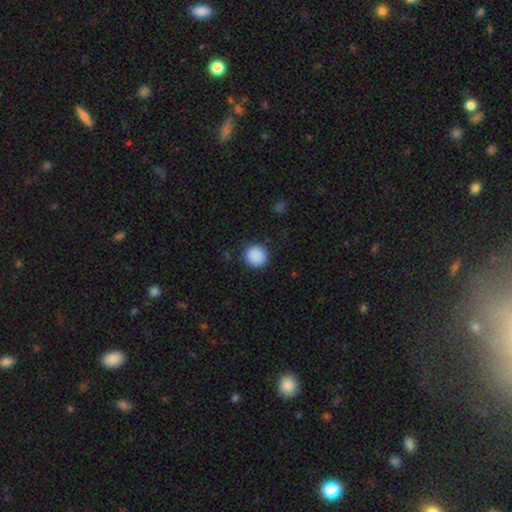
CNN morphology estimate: This appears to be a smooth galaxy with no disk features (89%) that is round (93%). Merging: none (90%).